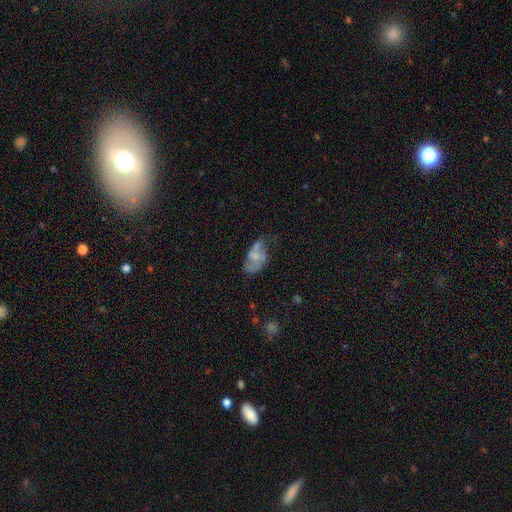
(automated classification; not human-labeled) Smooth or featured?
  - featured or disk: 49% *
  - smooth: 42%
  - star or artifact: 9%
Merging?
  - none: 29% *
  - minor disturbance: 28%
  - major disturbance: 26%
  - merger: 17%